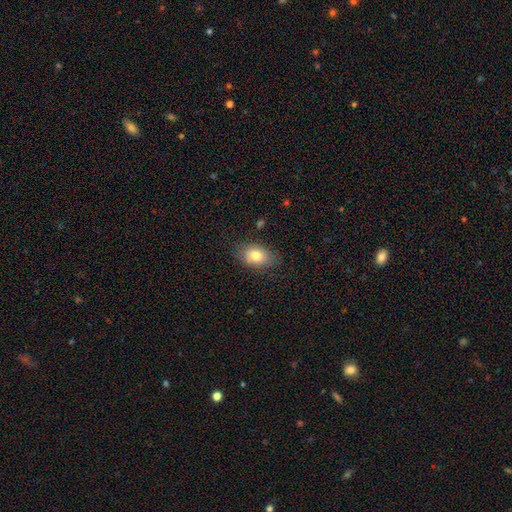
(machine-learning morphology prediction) This appears to be a smooth galaxy with no disk features (79%) that is in between round and cigar-shaped (85%). Merging: none (79%).